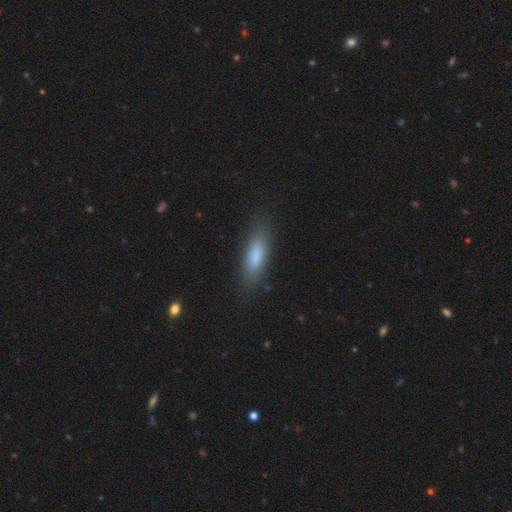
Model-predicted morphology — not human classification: Smooth or featured: smooth — 80% (featured or disk — 13%)
How rounded: in between — 51% (cigar-shaped — 47%)
Merging: none — 82% (minor disturbance — 13%)